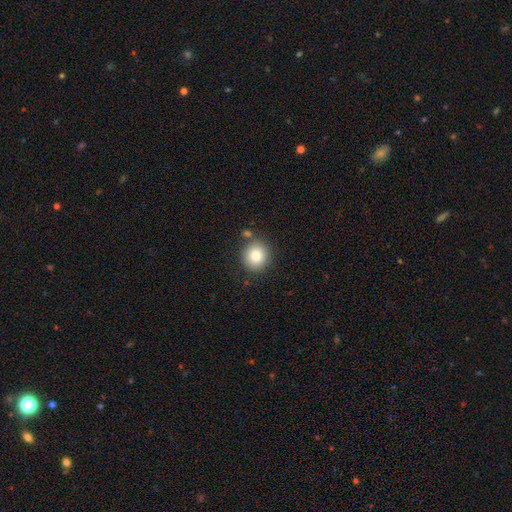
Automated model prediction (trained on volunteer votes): Smooth or featured?
  - smooth: 81% *
  - star or artifact: 10%
  - featured or disk: 9%
How rounded?
  - round: 88% *
  - in between: 11%
  - cigar-shaped: 1%
Merging?
  - none: 82% *
  - minor disturbance: 9%
  - merger: 6%
  - major disturbance: 3%